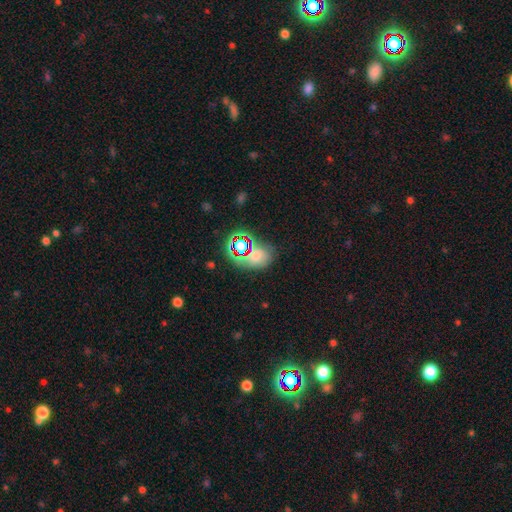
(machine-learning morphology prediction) type=star or artifact (44%).